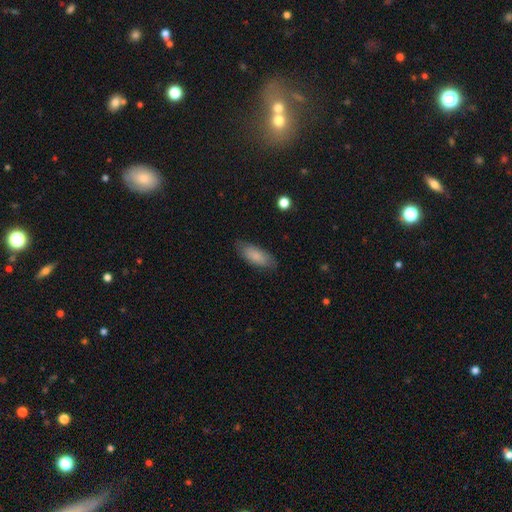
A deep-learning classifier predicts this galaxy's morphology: This appears to be a smooth galaxy with no disk features (84%) that is in between round and cigar-shaped (78%). Merging: none (81%).